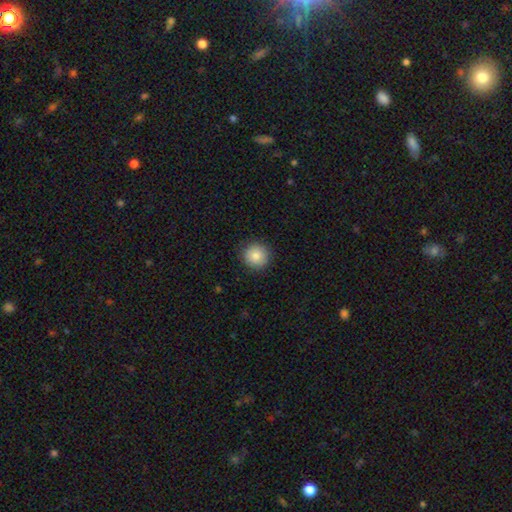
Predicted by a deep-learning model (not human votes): Smooth or featured: smooth — 85% (star or artifact — 9%)
How rounded: round — 94% (in between — 5%)
Merging: none — 89% (minor disturbance — 8%)